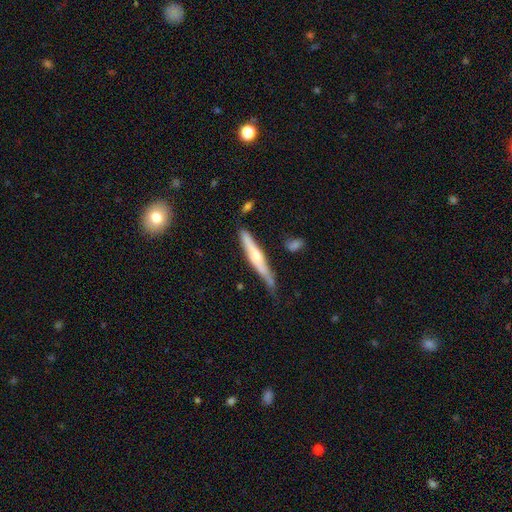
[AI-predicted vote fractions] Q: Smooth or featured?
A: featured or disk (55%); runner-up: smooth (39%)
Q: Edge-on disk?
A: yes (94%); runner-up: no (6%)
Q: Edge-on bulge?
A: rounded (67%); runner-up: none (21%)
Q: Merging?
A: none (62%); runner-up: minor disturbance (28%)